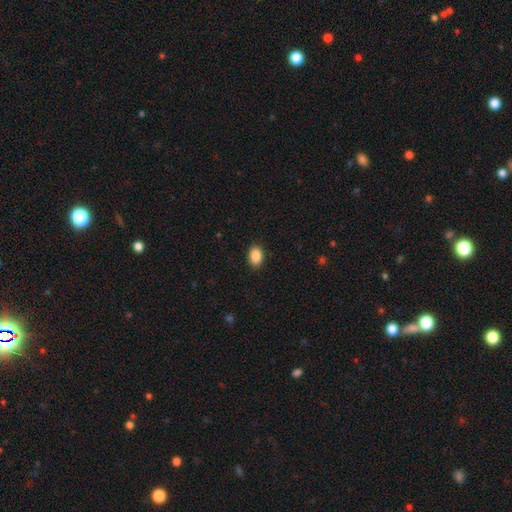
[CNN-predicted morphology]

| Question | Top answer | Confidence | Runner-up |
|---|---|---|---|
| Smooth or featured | smooth | 90% | star or artifact (7%) |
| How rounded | in between | 85% | round (14%) |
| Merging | none | 89% | minor disturbance (8%) |